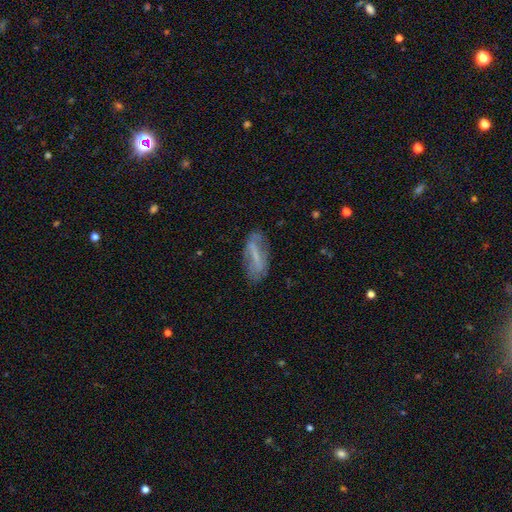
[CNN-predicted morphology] smooth-or-featured: featured or disk: 53% | smooth: 37% | star or artifact: 10%
  disk-edge-on: no: 81% | yes: 19%
  merging: none: 71% | minor disturbance: 19% | major disturbance: 8% | merger: 2%